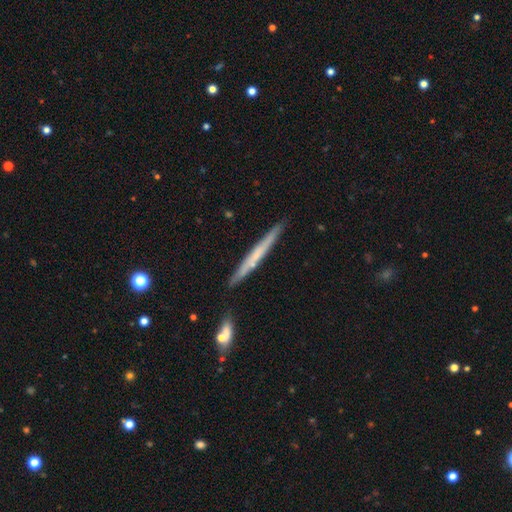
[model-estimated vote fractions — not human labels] This is possibly a featured or disk galaxy (50%). Merging: clearly none (86%).